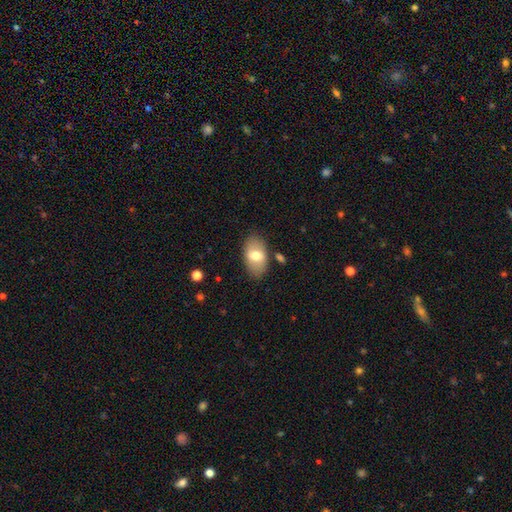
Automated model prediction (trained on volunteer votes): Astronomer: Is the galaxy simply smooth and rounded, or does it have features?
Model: smooth — 66%.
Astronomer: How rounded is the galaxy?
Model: in between — 91%.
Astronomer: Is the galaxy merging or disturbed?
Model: none — 81%.